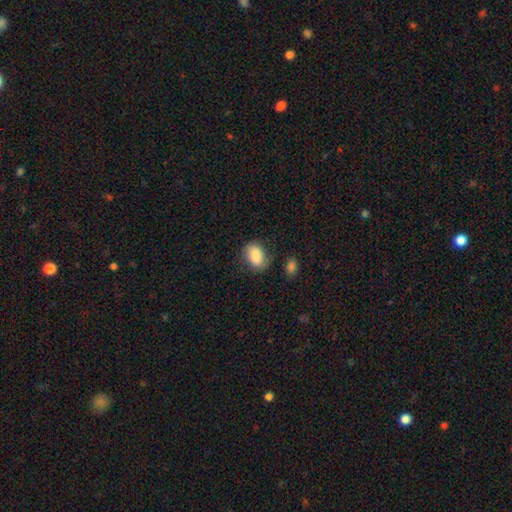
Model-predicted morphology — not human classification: Smooth or featured? smooth (83%)
How rounded? in between (78%)
Merging? none (68%)